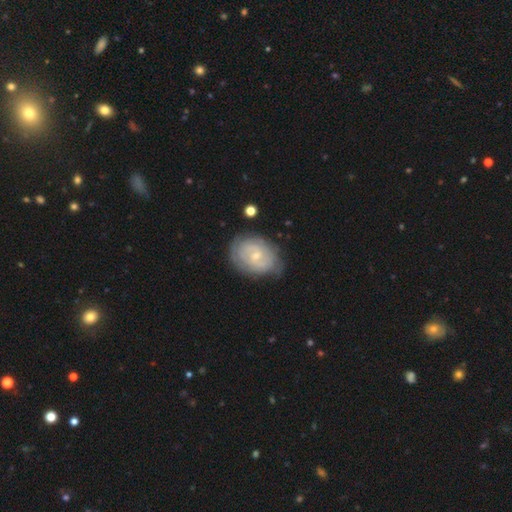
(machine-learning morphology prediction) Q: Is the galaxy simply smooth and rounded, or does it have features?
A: featured or disk — 67%.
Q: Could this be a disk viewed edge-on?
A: no — 97%.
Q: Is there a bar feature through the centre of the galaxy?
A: no — 64%.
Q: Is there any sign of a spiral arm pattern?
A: yes — 79%.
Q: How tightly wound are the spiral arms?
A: tight — 70%.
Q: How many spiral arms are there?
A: can't tell — 52%.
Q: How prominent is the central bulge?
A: small — 73%.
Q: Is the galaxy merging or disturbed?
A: none — 70%.